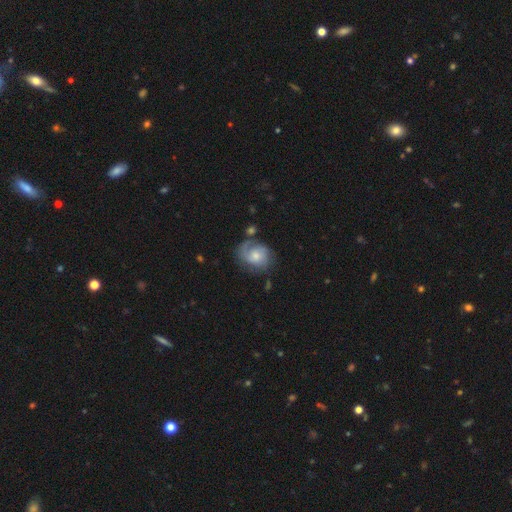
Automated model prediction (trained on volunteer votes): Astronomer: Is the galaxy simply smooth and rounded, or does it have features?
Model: featured or disk — 59%.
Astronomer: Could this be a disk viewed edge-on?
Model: no — 97%.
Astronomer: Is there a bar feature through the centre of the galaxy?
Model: no — 71%.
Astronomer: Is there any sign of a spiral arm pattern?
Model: yes — 87%.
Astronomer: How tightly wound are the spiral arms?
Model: medium — 40% (runner-up: tight, 38%).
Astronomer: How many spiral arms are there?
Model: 2 — 42% (runner-up: 1, 27%).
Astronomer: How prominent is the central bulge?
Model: moderate — 44%, tied with small at 44%.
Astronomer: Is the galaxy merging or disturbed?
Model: none — 56%.